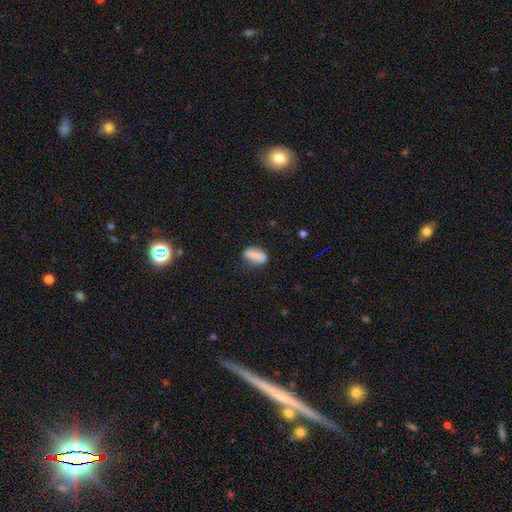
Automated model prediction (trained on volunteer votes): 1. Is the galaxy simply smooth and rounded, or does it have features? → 80% smooth, 11% featured or disk, 8% star or artifact.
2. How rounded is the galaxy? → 82% in between, 13% cigar-shaped, 6% round.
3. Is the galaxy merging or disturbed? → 62% none, 25% minor disturbance, 8% major disturbance, 6% merger.